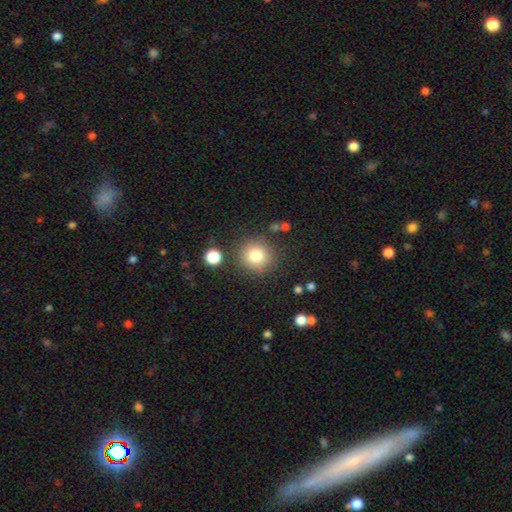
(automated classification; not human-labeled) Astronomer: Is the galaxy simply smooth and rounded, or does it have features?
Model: smooth — 79%.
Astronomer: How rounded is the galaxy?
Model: round — 92%.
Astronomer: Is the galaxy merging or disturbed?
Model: none — 83%.